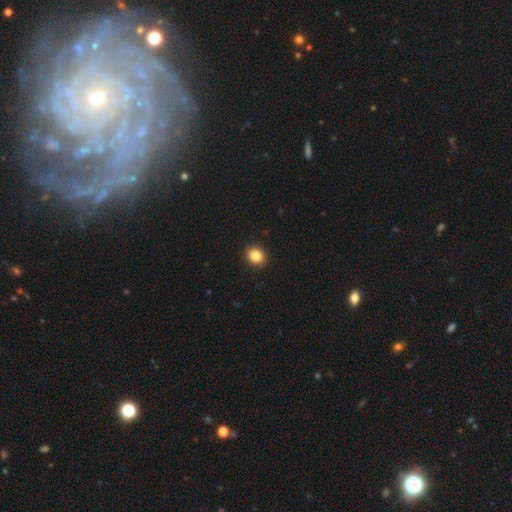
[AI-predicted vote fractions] Morphology: type=smooth (85%); roundness=round (71%); merging=none (92%).